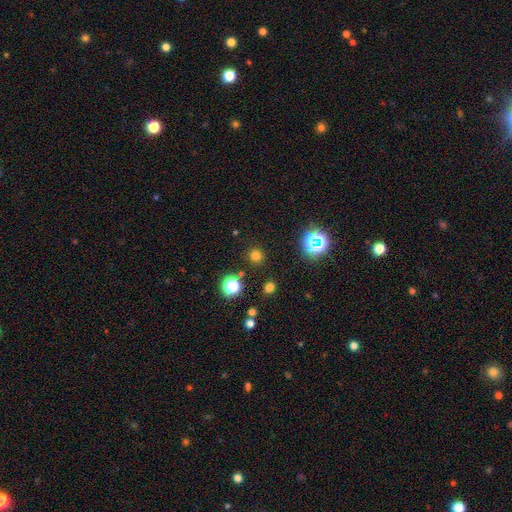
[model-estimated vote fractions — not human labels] A smooth galaxy with no disk features (71%) that is round (93%).

Vote fractions:
- Smooth or featured? smooth: 71% / star or artifact: 24% / featured or disk: 5%
- How rounded? round: 93% / in between: 6% / cigar-shaped: 1%
- Merging? none: 89% / minor disturbance: 6% / merger: 3% / major disturbance: 3%